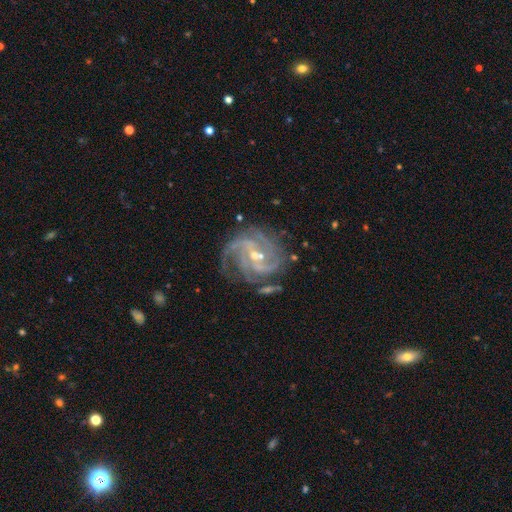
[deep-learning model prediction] smooth-or-featured: featured or disk: 91% | star or artifact: 6% | smooth: 3%
  disk-edge-on: no: 98% | yes: 2%
    bar: weak: 44% | no: 33% | strong: 23%
    has-spiral-arms: yes: 98% | no: 2%
      spiral-winding: tight: 53% | medium: 40% | loose: 7%
      spiral-arm-count: 3: 33% | 4: 29% | can't tell: 13% | 2: 12% | more than 4: 8% | 1: 6%
    bulge-size: small: 66% | moderate: 31% | none: 2% | large: 1% | dominant: 1%
  merging: none: 67% | minor disturbance: 19% | major disturbance: 10% | merger: 4%